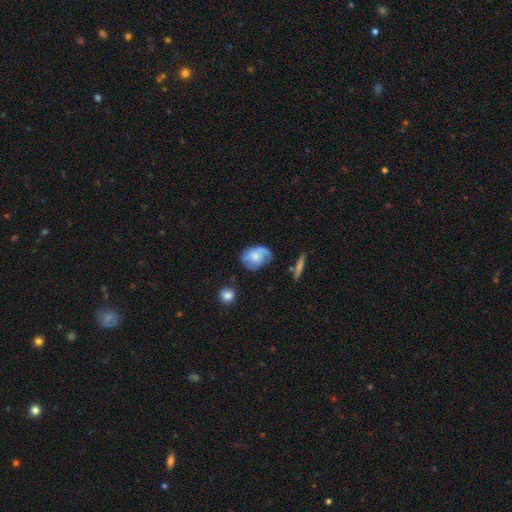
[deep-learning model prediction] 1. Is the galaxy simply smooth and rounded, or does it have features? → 48% featured or disk, 44% smooth, 7% star or artifact.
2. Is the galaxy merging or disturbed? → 51% none, 30% minor disturbance, 15% major disturbance, 4% merger.